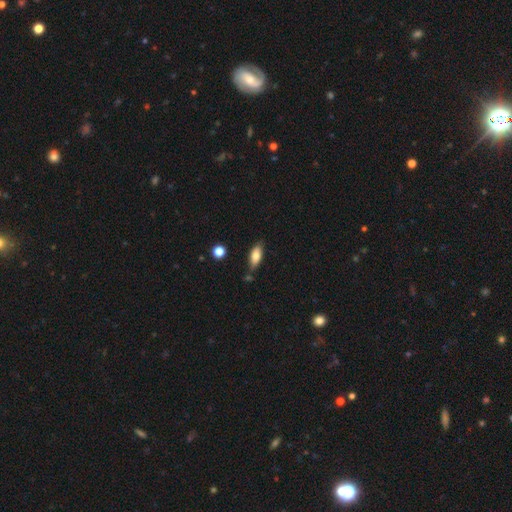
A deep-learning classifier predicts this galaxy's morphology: smooth-or-featured: smooth: 77% | featured or disk: 15% | star or artifact: 7%
  how-rounded: in between: 79% | cigar-shaped: 18% | round: 3%
  merging: none: 73% | minor disturbance: 18% | merger: 6% | major disturbance: 4%